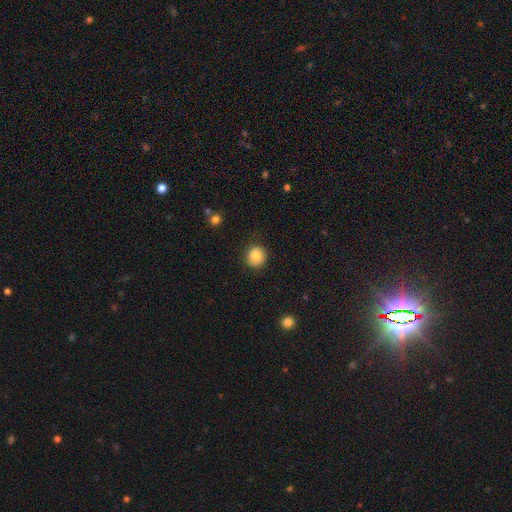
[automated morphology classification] Q: Smooth or featured?
A: smooth (86%); runner-up: star or artifact (9%)
Q: How rounded?
A: round (86%); runner-up: in between (13%)
Q: Merging?
A: none (83%); runner-up: minor disturbance (13%)